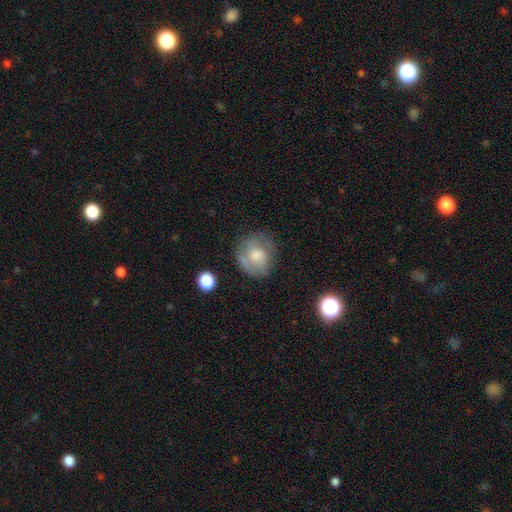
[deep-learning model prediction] Smooth or featured: featured or disk — 46% (tied with smooth — 46%)
Merging: none — 65% (minor disturbance — 21%)